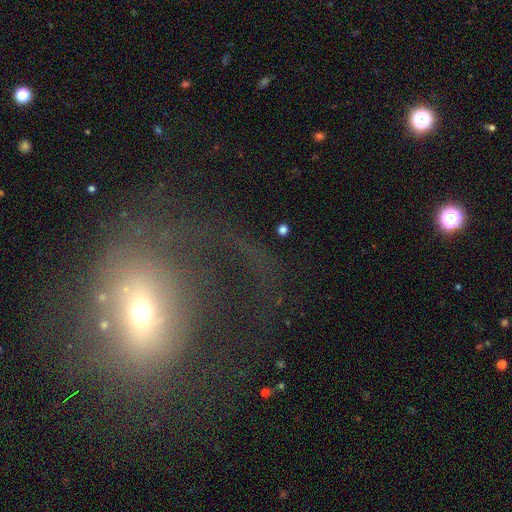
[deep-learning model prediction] The model was most divided on "smooth or featured" (2-way tie): featured or disk: 41%, smooth: 41%, star or artifact: 18%. Remaining: merging — major disturbance (45%).